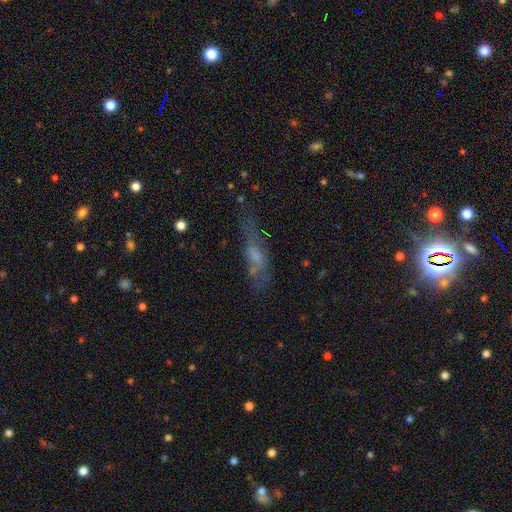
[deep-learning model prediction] smooth 47%, featured or disk 41%, star or artifact 12%. Down the decision tree: merging — none (50%).